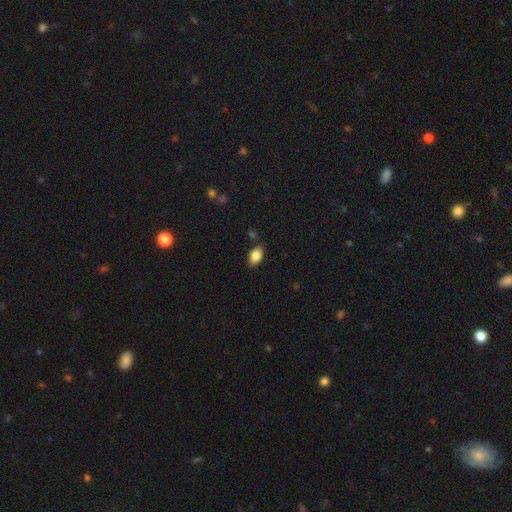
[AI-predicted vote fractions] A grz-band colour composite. It shows a smooth galaxy with no disk features (86%) that is in between round and cigar-shaped (90%). Merging: none (83%).